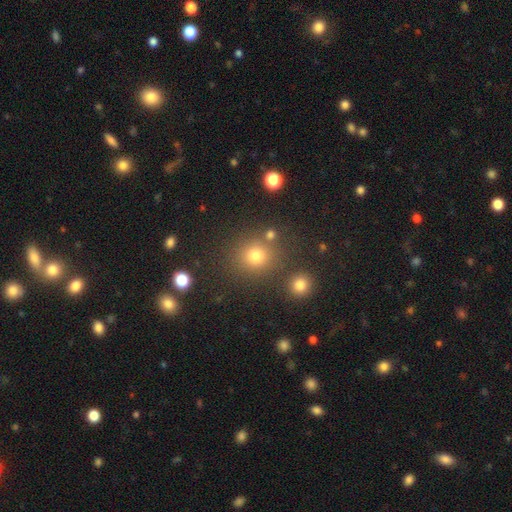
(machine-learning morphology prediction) smooth 73%, star or artifact 20%, featured or disk 7%. Down the decision tree: how rounded — round (87%); merging — none (80%).